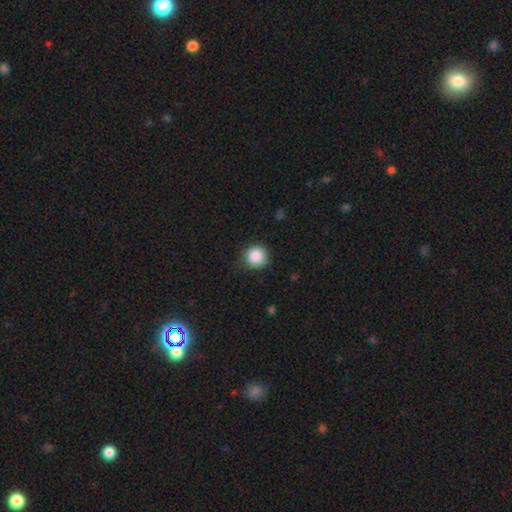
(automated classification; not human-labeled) Smooth or featured? Predicted: smooth (p=0.88). How rounded? Predicted: round (p=0.93). Merging? Predicted: none (p=0.84).